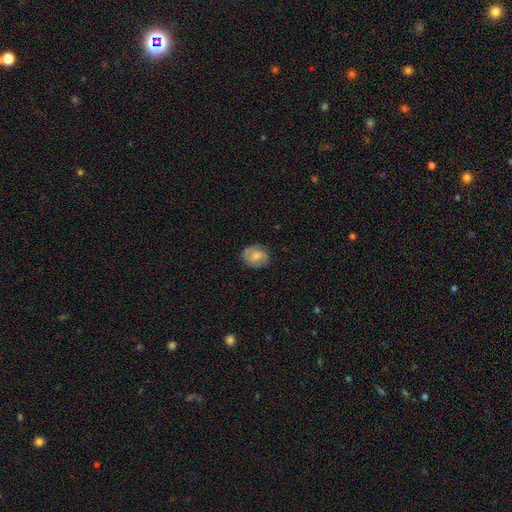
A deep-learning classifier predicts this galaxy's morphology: Smooth or featured? smooth (58%)
How rounded? round (56%)
Merging? none (76%)